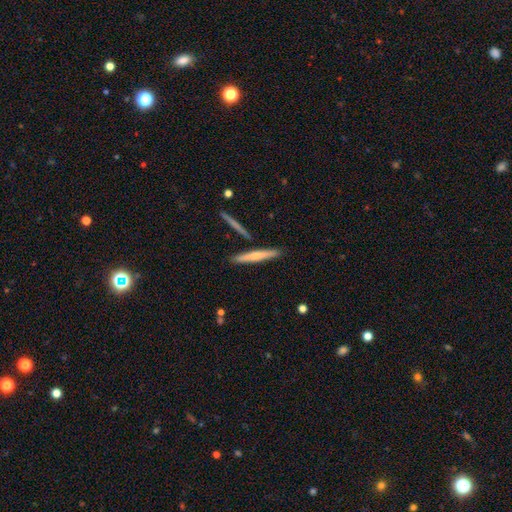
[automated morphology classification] A smooth galaxy with no disk features (55%) that is cigar-shaped (94%). Merging: none (84%).